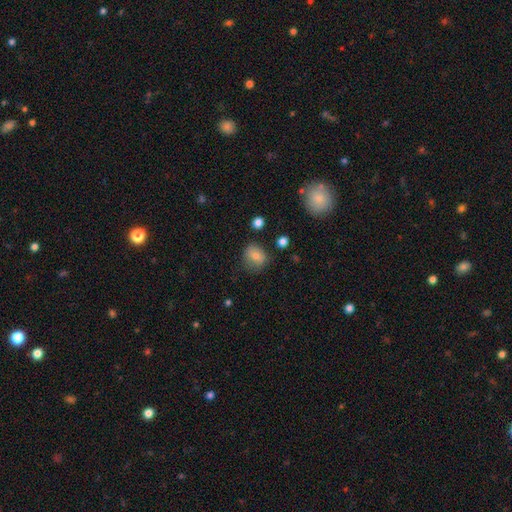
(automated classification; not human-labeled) Smooth or featured: smooth — 78% (featured or disk — 11%)
How rounded: round — 59% (in between — 40%)
Merging: none — 64% (minor disturbance — 24%)